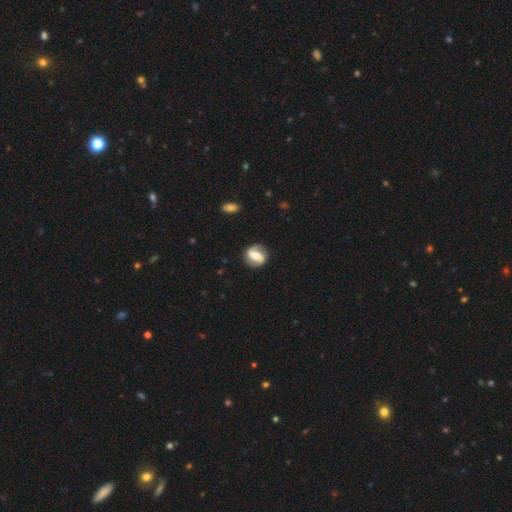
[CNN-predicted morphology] This appears to be a featured or disk galaxy (76%) with a strong bar (40%), 2 (91%) medium (41%) spiral arms (91%) and a moderate central bulge (61%). Merging: none (85%).